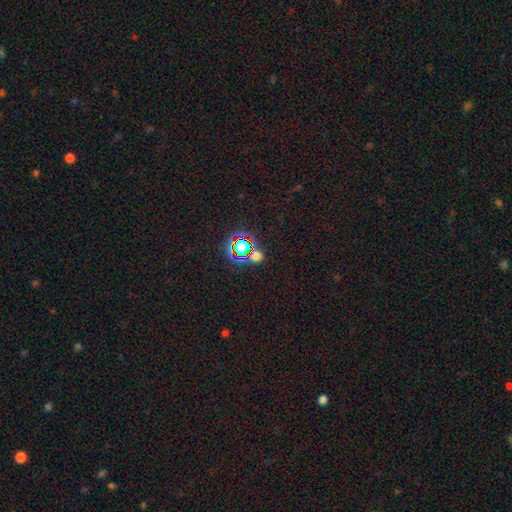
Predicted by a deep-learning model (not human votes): Overall: star or artifact (51%; smooth 40%).